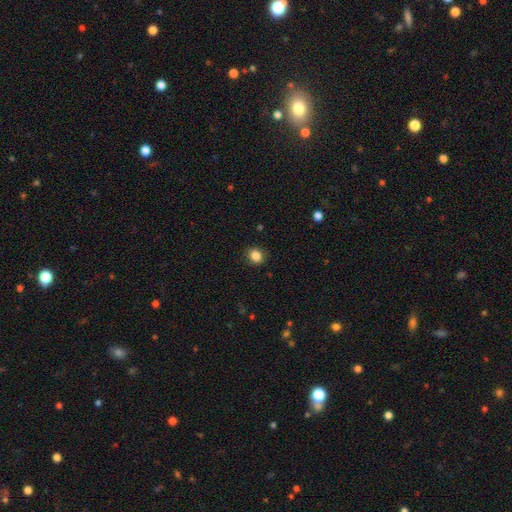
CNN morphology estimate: smooth 86%, star or artifact 11%, featured or disk 4%. Down the decision tree: how rounded — round (79%); merging — none (90%).